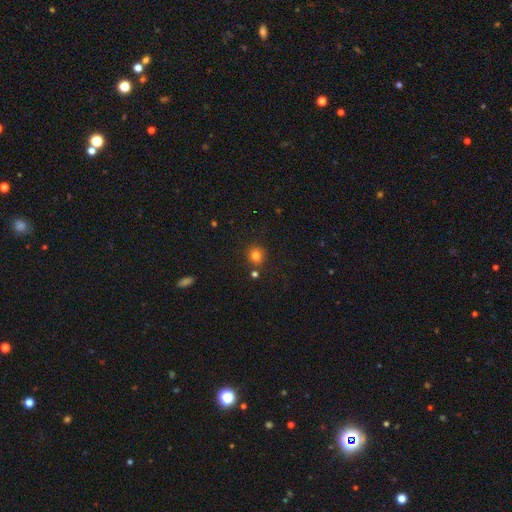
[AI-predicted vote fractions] Smooth or featured?
  - smooth: 80% *
  - star or artifact: 14%
  - featured or disk: 6%
How rounded?
  - round: 90% *
  - in between: 9%
  - cigar-shaped: 1%
Merging?
  - none: 83% *
  - minor disturbance: 8%
  - merger: 6%
  - major disturbance: 2%